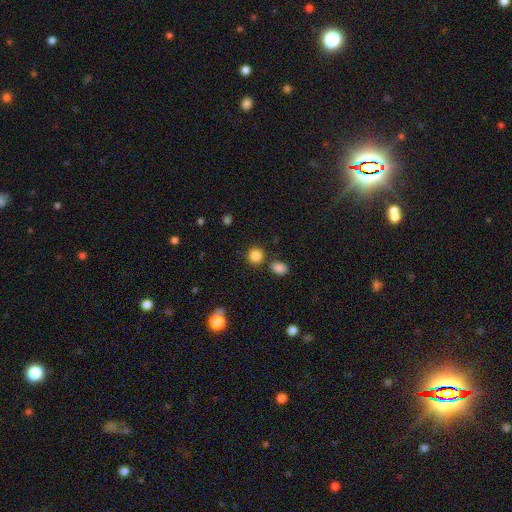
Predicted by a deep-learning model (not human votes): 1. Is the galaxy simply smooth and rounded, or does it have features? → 85% smooth, 10% star or artifact, 4% featured or disk.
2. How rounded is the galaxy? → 86% round, 13% in between, 1% cigar-shaped.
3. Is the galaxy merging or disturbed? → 79% none, 9% merger, 9% minor disturbance, 3% major disturbance.